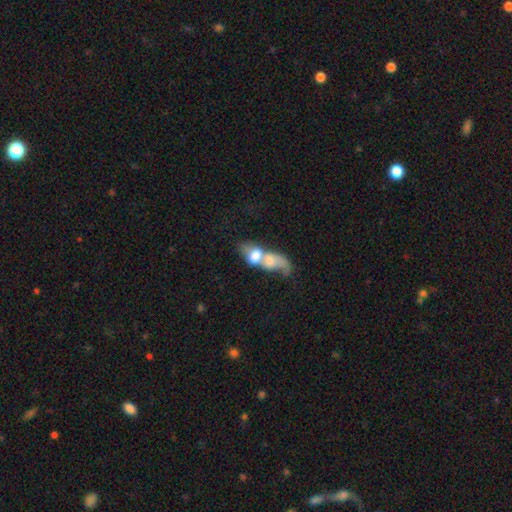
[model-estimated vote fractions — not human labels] Q: Smooth or featured?
A: smooth (57%); runner-up: featured or disk (35%)
Q: How rounded?
A: in between (76%); runner-up: round (17%)
Q: Merging?
A: merger (81%); runner-up: major disturbance (10%)